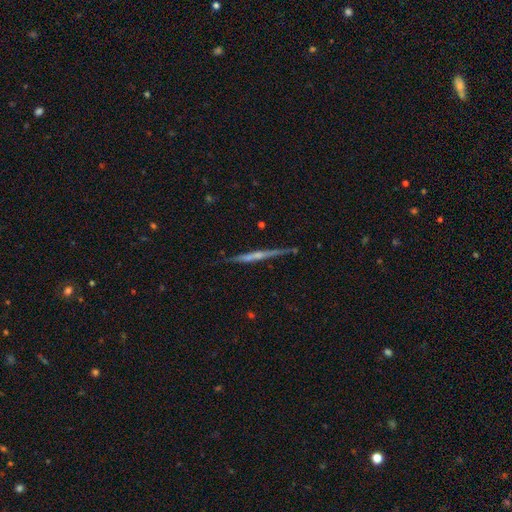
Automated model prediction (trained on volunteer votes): The model was most divided on "edge-on bulge": none: 52%, rounded: 38%, boxy: 10%. More confident: edge-on disk — yes (97%); merging — none (83%); smooth or featured — featured or disk (68%).